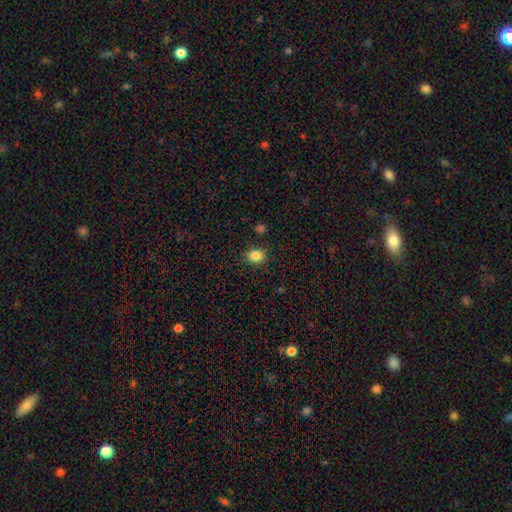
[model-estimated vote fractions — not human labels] smooth-or-featured: smooth: 84% | star or artifact: 11% | featured or disk: 5%
  how-rounded: round: 59% | in between: 40% | cigar-shaped: 1%
  merging: none: 88% | minor disturbance: 8% | major disturbance: 2% | merger: 2%